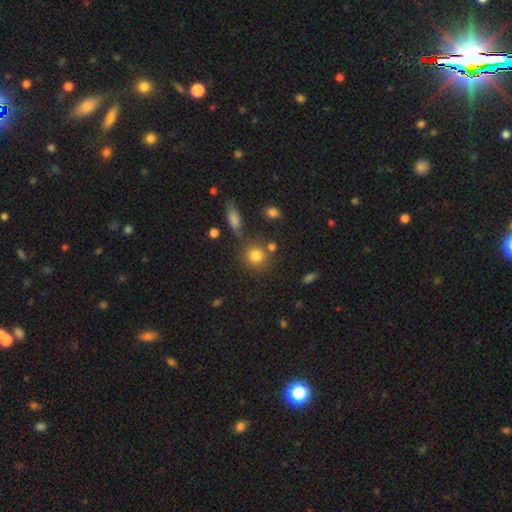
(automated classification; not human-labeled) smooth-or-featured: smooth: 80% | star or artifact: 12% | featured or disk: 8%
  how-rounded: round: 87% | in between: 11% | cigar-shaped: 2%
  merging: none: 71% | merger: 12% | minor disturbance: 11% | major disturbance: 5%